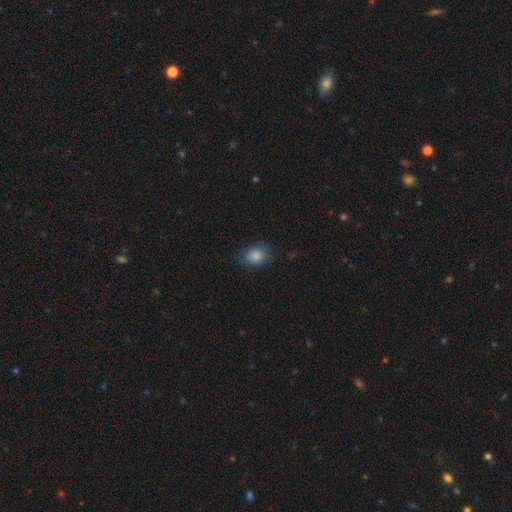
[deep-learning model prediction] Smooth or featured? smooth (85%)
How rounded? in between (57%)
Merging? none (79%)